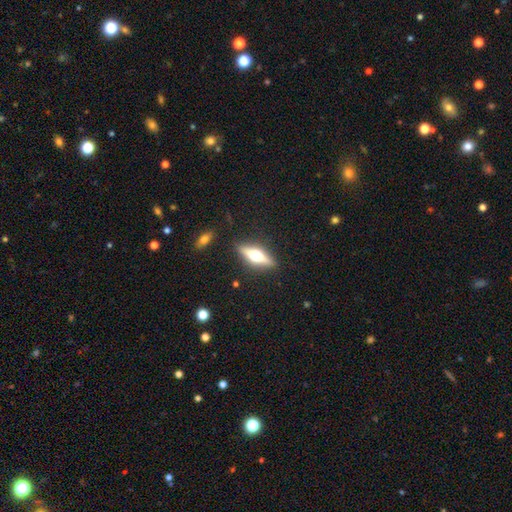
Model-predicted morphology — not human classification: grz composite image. It shows a featured or disk galaxy (62%) viewed edge-on (94%) with a rounded central bulge (95%). Merging: none (88%).